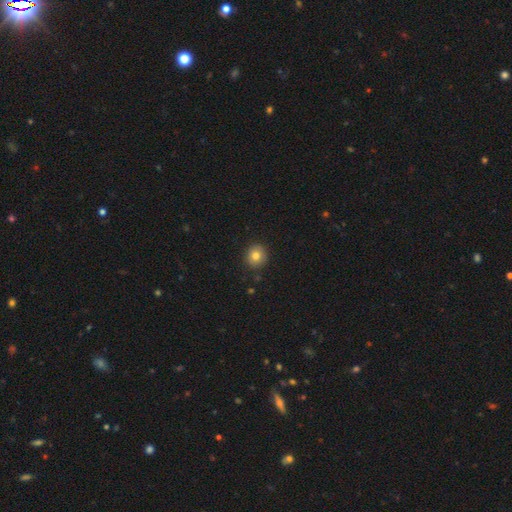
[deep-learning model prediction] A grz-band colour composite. It shows a smooth galaxy with no disk features (81%) that is round (88%). Merging: none (90%).